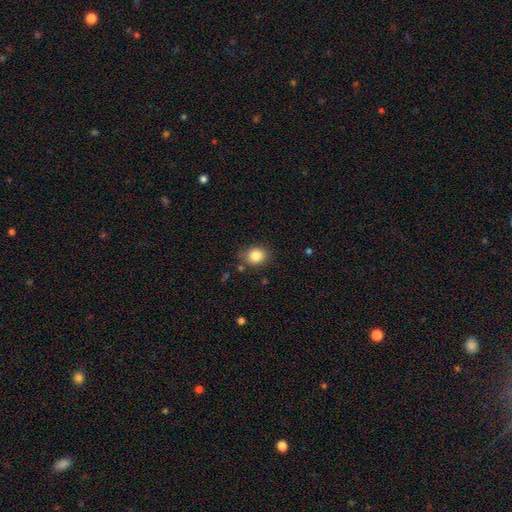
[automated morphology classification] type=smooth (85%); roundness=round (68%); merging=none (81%).